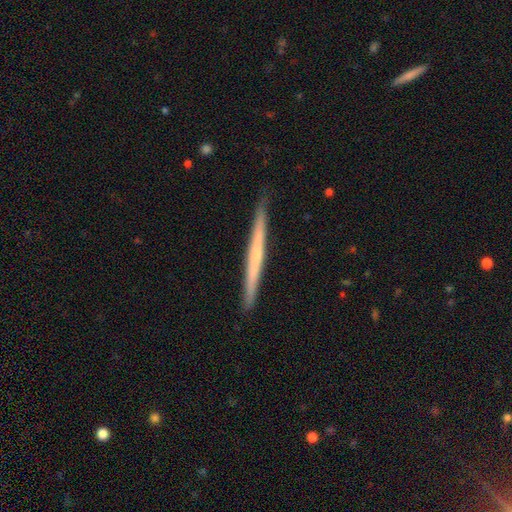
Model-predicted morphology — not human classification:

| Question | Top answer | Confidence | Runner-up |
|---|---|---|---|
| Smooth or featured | featured or disk | 53% | smooth (42%) |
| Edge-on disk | yes | 98% | no (2%) |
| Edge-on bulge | none | 79% | rounded (15%) |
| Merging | none | 90% | minor disturbance (7%) |